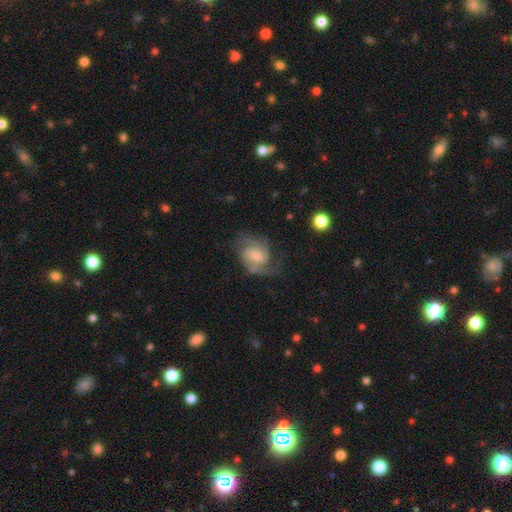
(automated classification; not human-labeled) A featured or disk galaxy (84%) with no bar (51%), 2 (70%) medium (53%) spiral arms (96%) and a moderate central bulge (46%). Merging: none (65%).